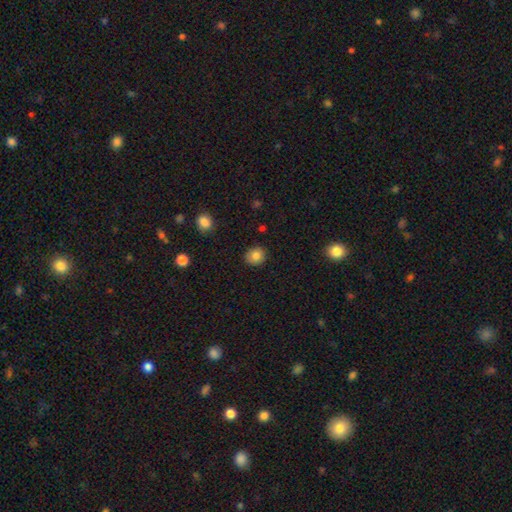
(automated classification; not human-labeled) The model was most divided on "how rounded": round: 76%, in between: 23%, cigar-shaped: 1%. More confident: merging — none (89%); smooth or featured — smooth (83%).